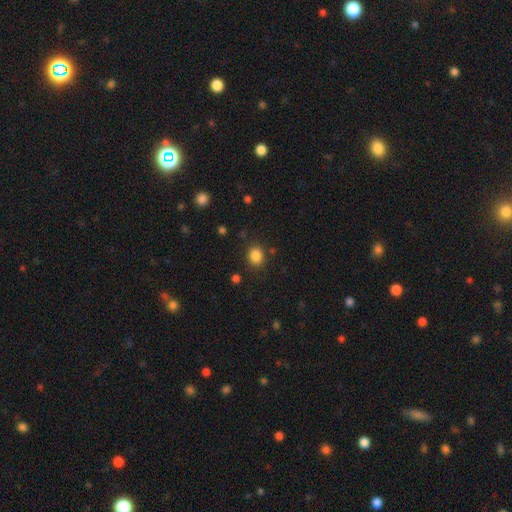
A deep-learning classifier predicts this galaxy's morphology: smooth_or_featured: smooth (p=0.85) [alt: star or artifact p=0.11]
how_rounded: round (p=0.69) [alt: in between p=0.30]
merging: none (p=0.84) [alt: minor disturbance p=0.10]